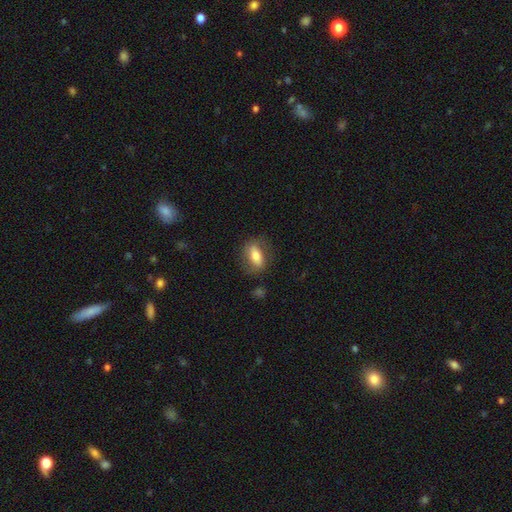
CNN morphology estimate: type=smooth (68%); roundness=in between (79%); merging=none (75%).